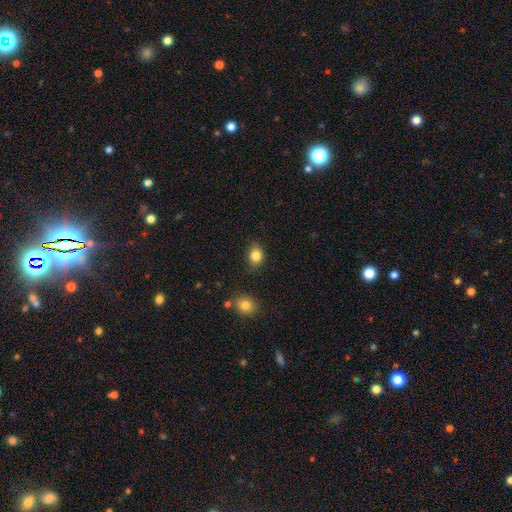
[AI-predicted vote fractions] The model was most divided on "how rounded": round: 56%, in between: 43%, cigar-shaped: 1%. More confident: smooth or featured — smooth (84%); merging — none (76%).